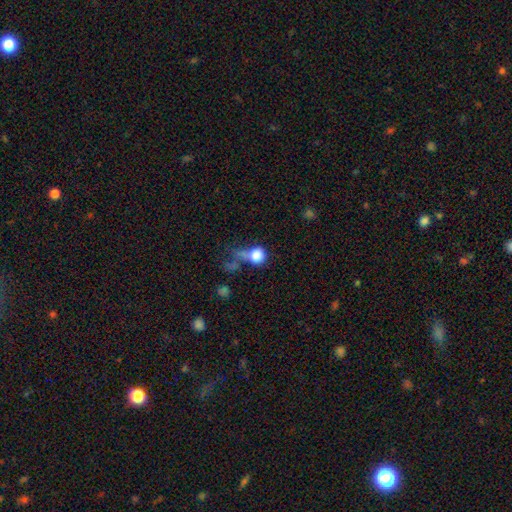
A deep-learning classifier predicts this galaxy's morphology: The model was most divided on "merging": none: 31%, major disturbance: 30%, merger: 21%, minor disturbance: 18%. More confident: how rounded — round (78%); smooth or featured — smooth (78%).